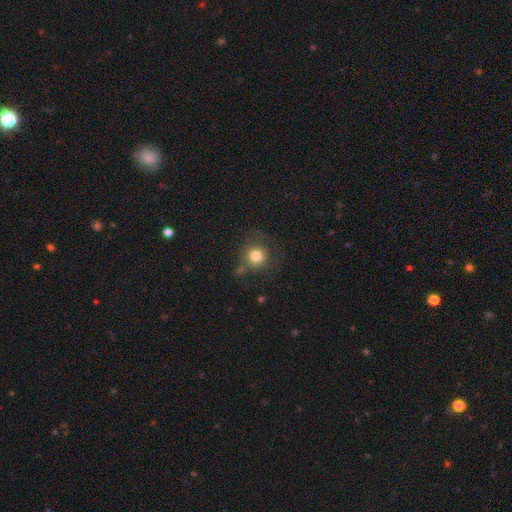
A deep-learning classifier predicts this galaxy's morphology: Smooth or featured: smooth — 79% (star or artifact — 11%)
How rounded: round — 91% (in between — 8%)
Merging: none — 67% (minor disturbance — 17%)